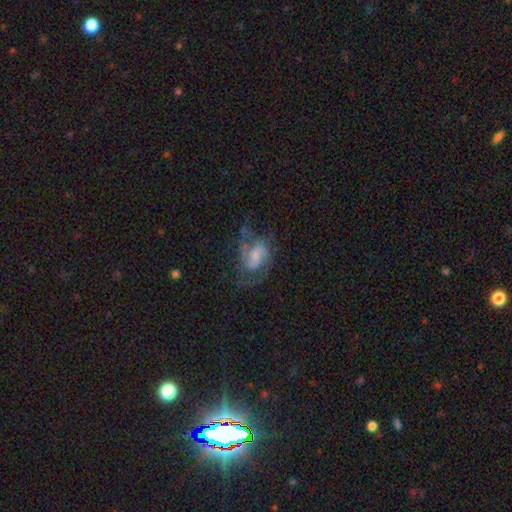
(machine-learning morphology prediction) smooth-or-featured: featured or disk: 74% | smooth: 18% | star or artifact: 8%
  disk-edge-on: no: 97% | yes: 3%
    bar: weak: 48% | no: 39% | strong: 12%
    has-spiral-arms: yes: 88% | no: 12%
      spiral-winding: medium: 50% | loose: 28% | tight: 22%
      spiral-arm-count: 2: 72% | can't tell: 13% | 3: 6% | 1: 5% | 4: 2% | more than 4: 2%
    bulge-size: moderate: 35% (tied) | small: 35% (tied) | none: 18% | large: 10% | dominant: 2%
  merging: none: 50% | major disturbance: 24% | minor disturbance: 23% | merger: 2%